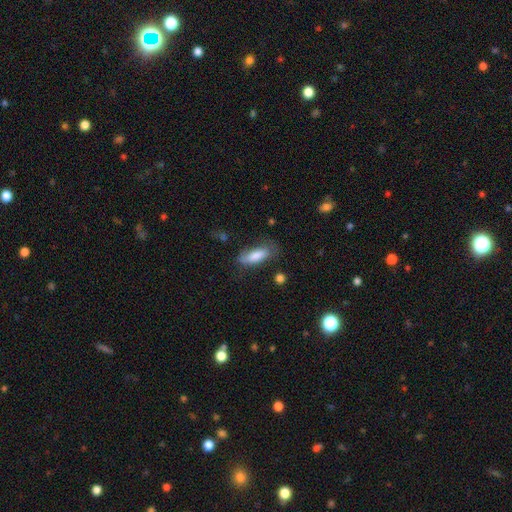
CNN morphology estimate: Q: Smooth or featured?
A: smooth (77%); runner-up: featured or disk (16%)
Q: How rounded?
A: in between (65%); runner-up: cigar-shaped (33%)
Q: Merging?
A: none (61%); runner-up: minor disturbance (26%)